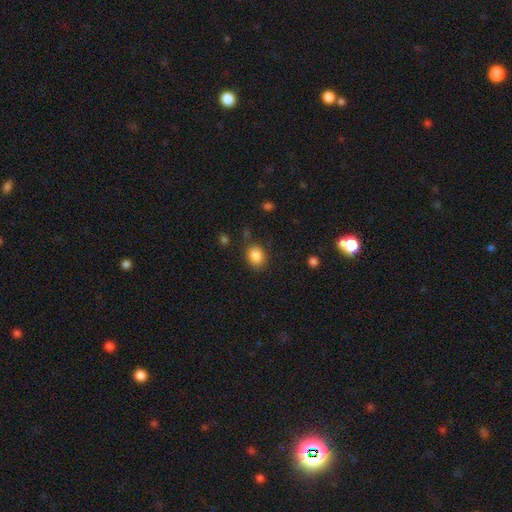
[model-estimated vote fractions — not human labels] This is clearly a smooth galaxy (86%). How rounded: possibly round (55%). Merging: likely none (80%).